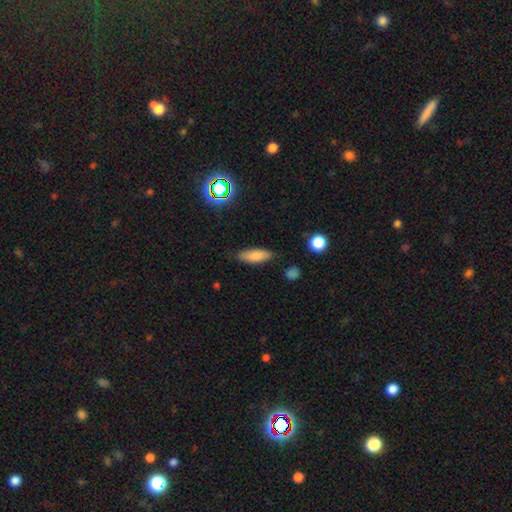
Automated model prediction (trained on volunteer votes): A smooth galaxy with no disk features (82%) that is in between round and cigar-shaped (62%).

Vote fractions:
- Smooth or featured? smooth: 82% / featured or disk: 10% / star or artifact: 8%
- How rounded? in between: 62% / cigar-shaped: 36% / round: 2%
- Merging? none: 82% / minor disturbance: 13% / major disturbance: 3% / merger: 2%